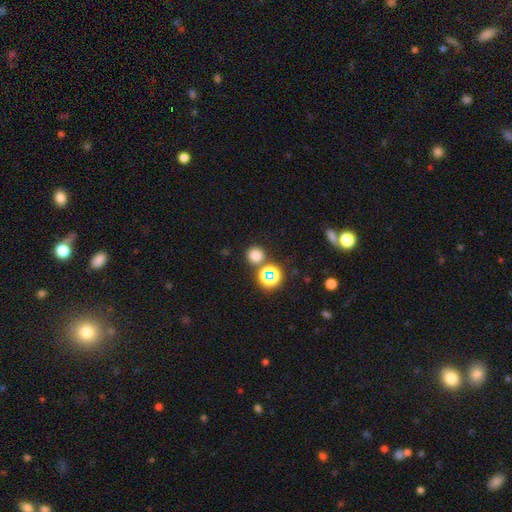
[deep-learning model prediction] Morphology: type=smooth (73%); roundness=round (92%); merging=none (80%).